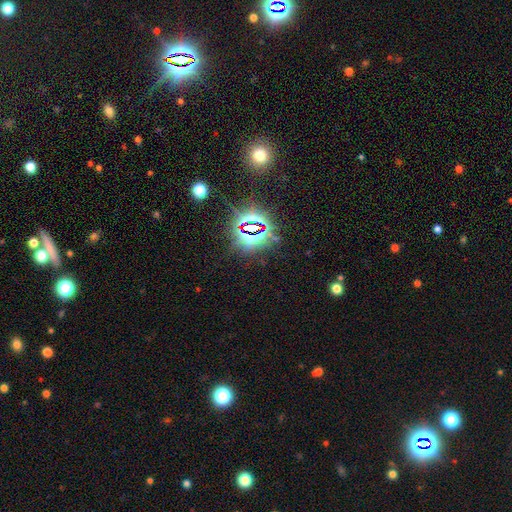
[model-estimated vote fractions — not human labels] Smooth or featured?
  - star or artifact: 75% *
  - smooth: 15%
  - featured or disk: 10%